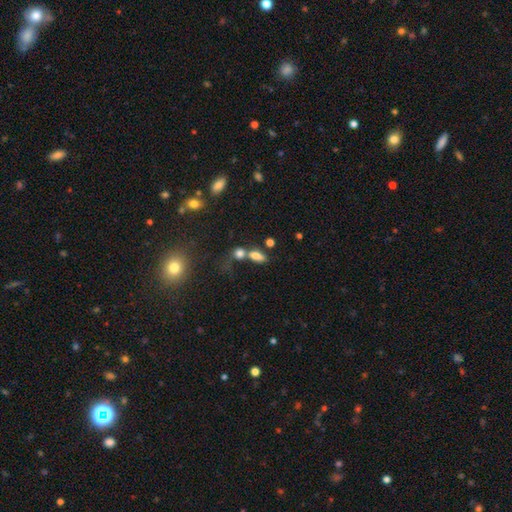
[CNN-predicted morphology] This appears to be a smooth galaxy with no disk features (77%) that is in between round and cigar-shaped (78%). Merging: merger (42%).